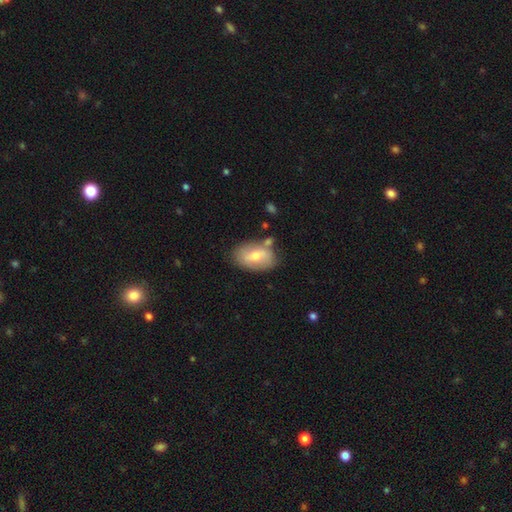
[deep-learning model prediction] smooth 53%, featured or disk 40%, star or artifact 7%. Down the decision tree: how rounded — in between (86%); merging — none (66%).